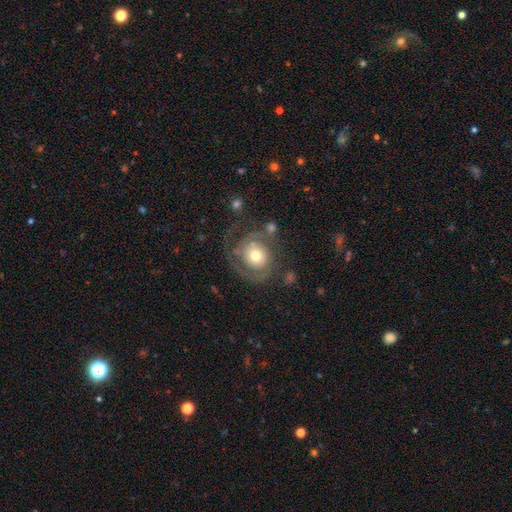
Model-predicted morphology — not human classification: This is likely a featured or disk galaxy (70%). It is clearly not viewed edge-on (97%). Bar: clearly no (81%). Spiral arm pattern: clearly yes (84%). Spiral arm count: possibly 2 (57%). Spiral winding: possibly tight (47%). Central bulge: likely moderate (64%). Merging: possibly none (55%).